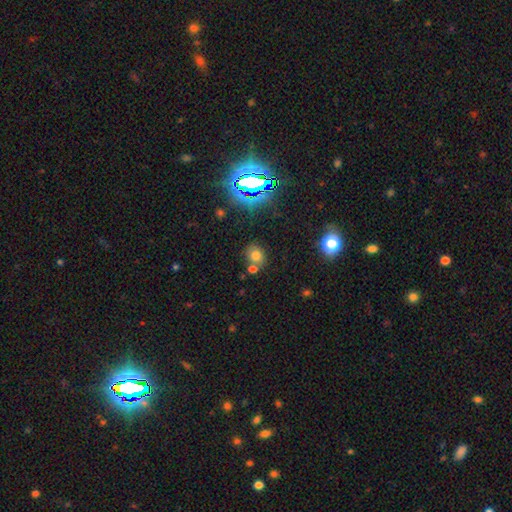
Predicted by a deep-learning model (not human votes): This appears to be a smooth galaxy with no disk features (68%) that is round (64%). Merging: none (65%).